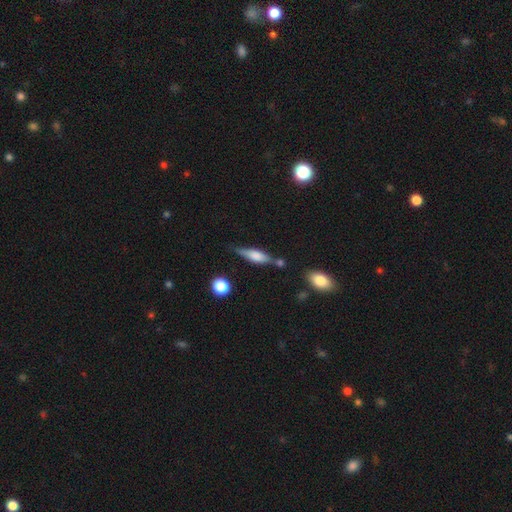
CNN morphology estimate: Overall: featured or disk (51%; smooth 41%). Edge-on disk: yes (93%). Merging: none (67%).